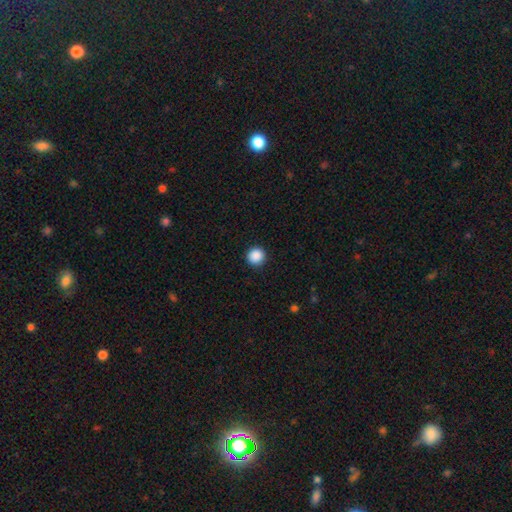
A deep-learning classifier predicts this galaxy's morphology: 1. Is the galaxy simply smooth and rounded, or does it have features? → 89% smooth, 9% star or artifact, 2% featured or disk.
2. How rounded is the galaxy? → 95% round, 4% in between, 1% cigar-shaped.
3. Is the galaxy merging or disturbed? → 93% none, 5% minor disturbance, 2% major disturbance, 1% merger.